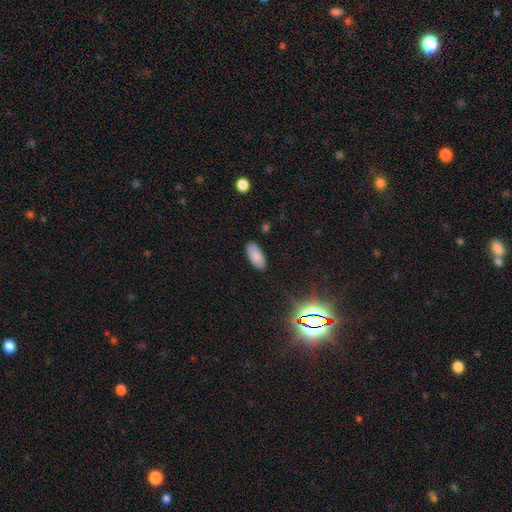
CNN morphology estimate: smooth 86%, star or artifact 9%, featured or disk 5%. Down the decision tree: how rounded — in between (89%); merging — none (88%).